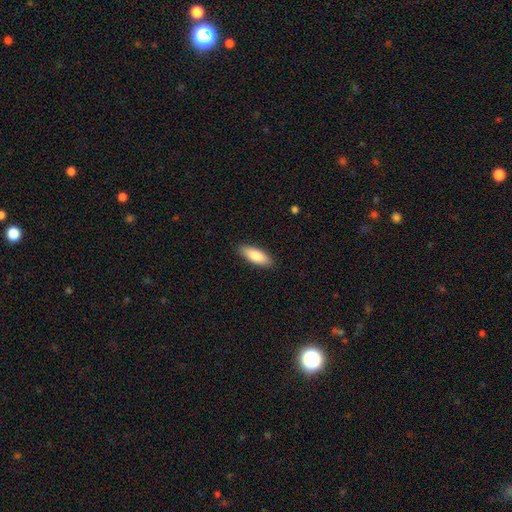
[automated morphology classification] Smooth or featured: smooth — 84% (featured or disk — 10%)
How rounded: in between — 70% (cigar-shaped — 29%)
Merging: none — 88% (minor disturbance — 9%)